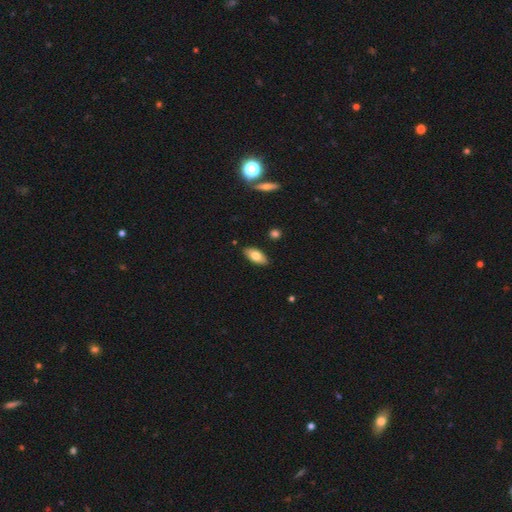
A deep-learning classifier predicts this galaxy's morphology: This appears to be a smooth galaxy with no disk features (74%) that is in between round and cigar-shaped (87%). Merging: none (88%).